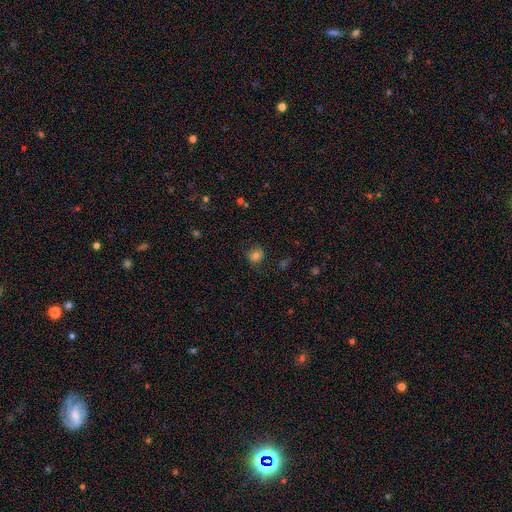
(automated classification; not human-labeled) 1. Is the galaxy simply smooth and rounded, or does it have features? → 79% smooth, 12% star or artifact, 8% featured or disk.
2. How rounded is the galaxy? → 79% round, 20% in between, 1% cigar-shaped.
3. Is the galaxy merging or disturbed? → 78% none, 16% minor disturbance, 5% major disturbance, 1% merger.